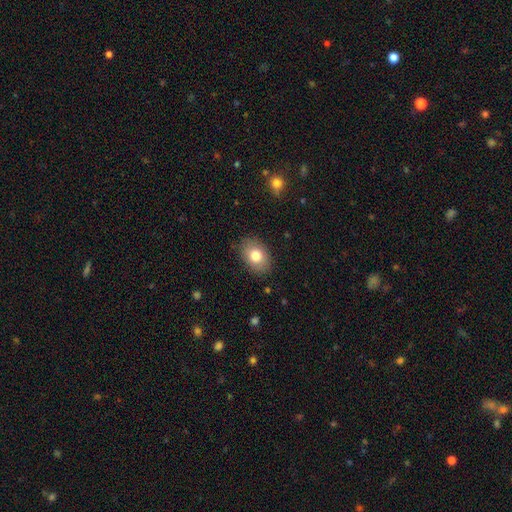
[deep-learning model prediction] smooth 79%, featured or disk 13%, star or artifact 8%. Down the decision tree: how rounded — in between (79%); merging — none (86%).